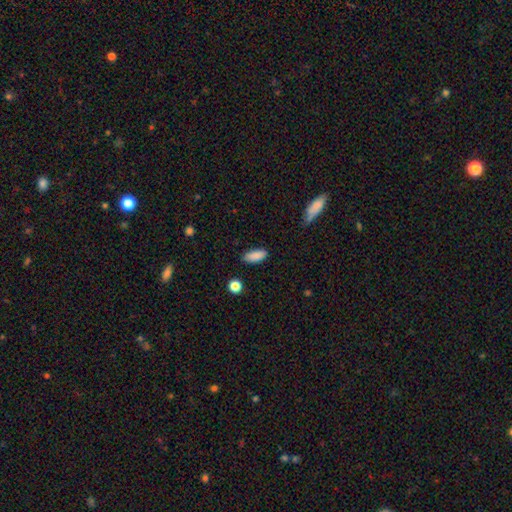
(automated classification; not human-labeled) The model was most divided on "how rounded": in between: 79%, cigar-shaped: 18%, round: 2%. More confident: smooth or featured — smooth (88%); merging — none (85%).